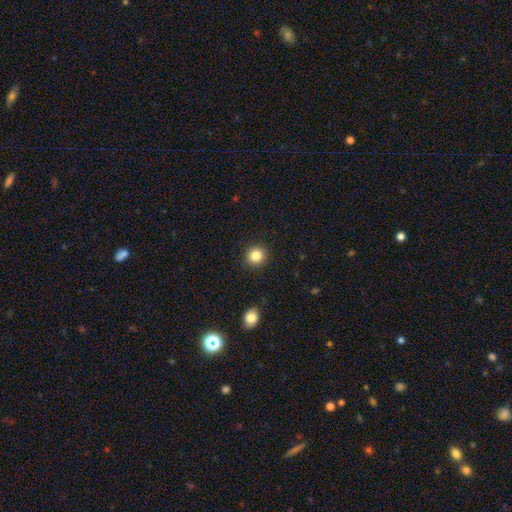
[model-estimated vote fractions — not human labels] Smooth or featured? smooth (84%)
How rounded? round (91%)
Merging? none (91%)